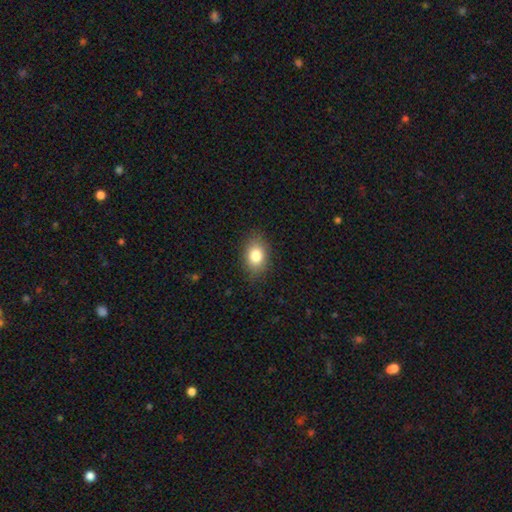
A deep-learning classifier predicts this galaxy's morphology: This appears to be a smooth galaxy with no disk features (83%) that is in between round and cigar-shaped (81%). Merging: none (86%).